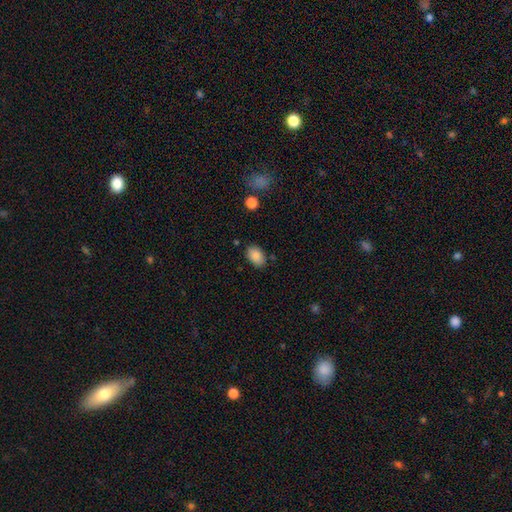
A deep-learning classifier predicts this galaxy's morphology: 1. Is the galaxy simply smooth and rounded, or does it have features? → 86% smooth, 8% star or artifact, 6% featured or disk.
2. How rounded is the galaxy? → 88% in between, 11% round, 1% cigar-shaped.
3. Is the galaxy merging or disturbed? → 81% none, 13% minor disturbance, 3% major disturbance, 3% merger.